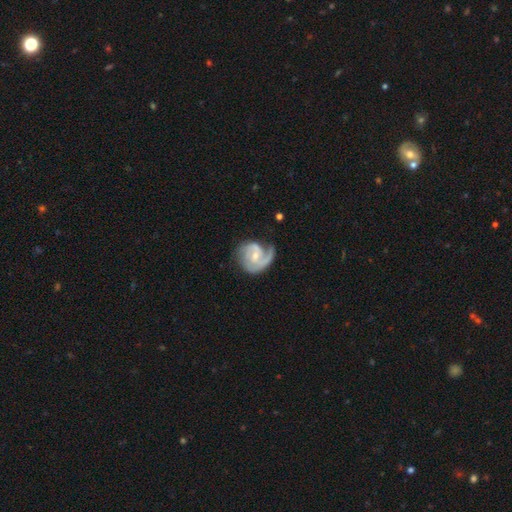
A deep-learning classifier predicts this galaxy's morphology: Overall: featured or disk (85%). Edge-on disk: no (98%). Bar: no (45%; weak 44%). Spiral arms: yes (96%). Spiral arm count: 2 (54%; 1 26%). Spiral winding: medium (47%; tight 36%). Bulge size: small (58%; moderate 35%). Merging: none (56%; minor disturbance 24%).